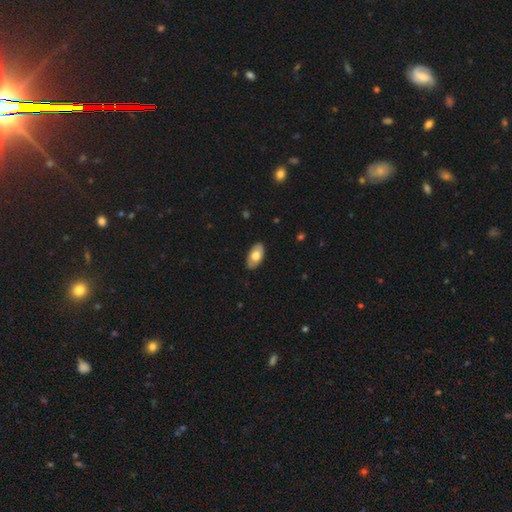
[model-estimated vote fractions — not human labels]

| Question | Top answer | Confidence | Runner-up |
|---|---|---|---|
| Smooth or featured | smooth | 65% | featured or disk (29%) |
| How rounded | in between | 94% | round (3%) |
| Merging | none | 87% | minor disturbance (10%) |